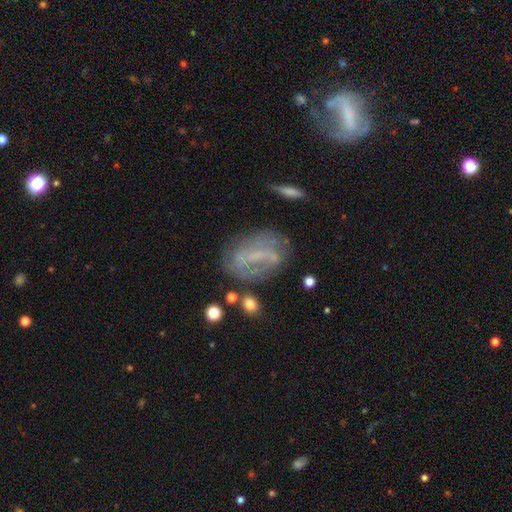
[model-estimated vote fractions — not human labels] Smooth or featured: featured or disk — 61% (smooth — 27%)
Edge-on disk: no — 93% (yes — 7%)
Bar: strong — 36% (tied with weak — 36%)
Spiral arms: yes — 57% (no — 43%)
Bulge size: none — 52% (small — 35%)
Merging: none — 59% (minor disturbance — 22%)